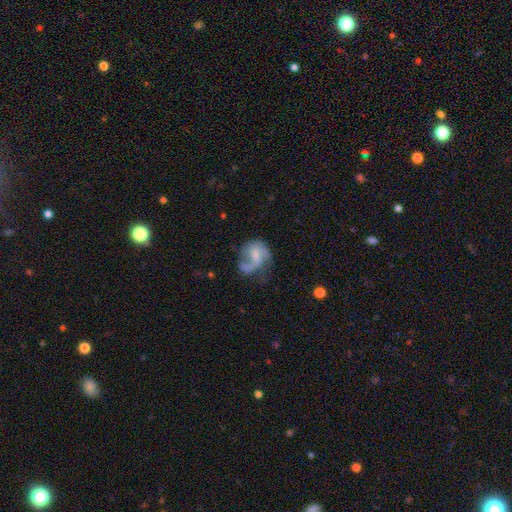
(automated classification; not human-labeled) smooth-or-featured: featured or disk: 62% | smooth: 29% | star or artifact: 8%
  disk-edge-on: no: 98% | yes: 2%
    bar: weak: 45% | no: 43% | strong: 12%
    has-spiral-arms: yes: 77% | no: 23%
    bulge-size: none: 36% | small: 34% | moderate: 25% | large: 4% | dominant: 1%
  merging: major disturbance: 35% (tied) | none: 35% (tied) | minor disturbance: 24% | merger: 6%